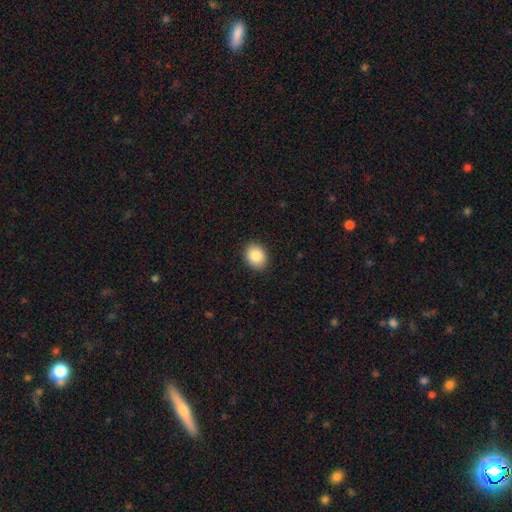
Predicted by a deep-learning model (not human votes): A smooth galaxy with no disk features (87%) that is in between round and cigar-shaped (54%). Merging: none (90%).